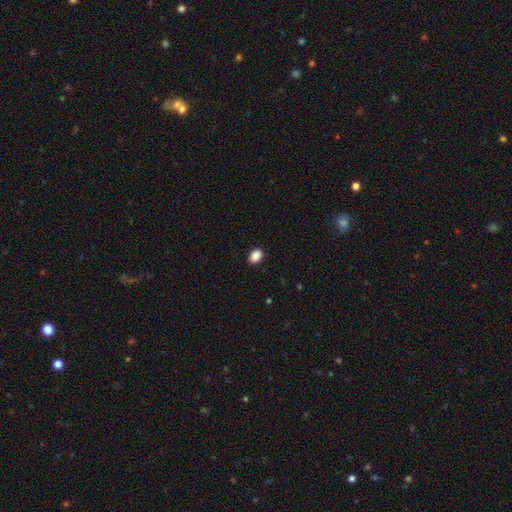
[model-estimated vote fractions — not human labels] A smooth galaxy with no disk features (90%) that is in between round and cigar-shaped (82%). Merging: none (89%).